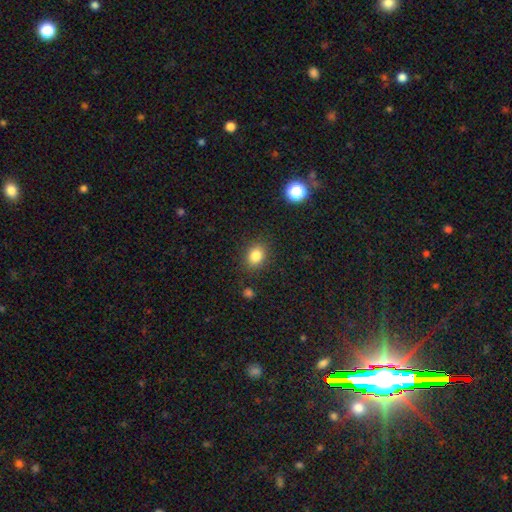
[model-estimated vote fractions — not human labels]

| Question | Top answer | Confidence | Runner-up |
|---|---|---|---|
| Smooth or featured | smooth | 83% | star or artifact (11%) |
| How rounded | in between | 52% | round (46%) |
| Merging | none | 86% | minor disturbance (9%) |